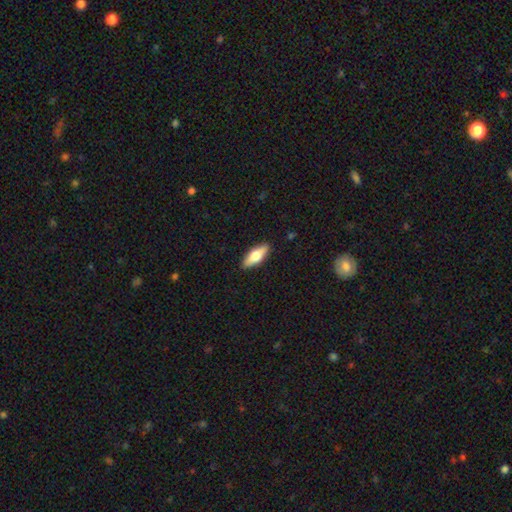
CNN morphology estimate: A smooth galaxy with no disk features (61%) that is in between round and cigar-shaped (63%). Merging: none (89%).